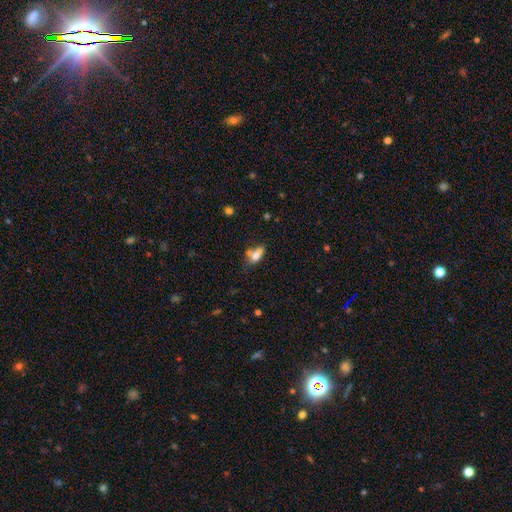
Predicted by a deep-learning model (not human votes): A smooth galaxy with no disk features (67%) that is in between round and cigar-shaped (75%).

Vote fractions:
- Smooth or featured? smooth: 67% / featured or disk: 22% / star or artifact: 11%
- How rounded? in between: 75% / round: 16% / cigar-shaped: 9%
- Merging? merger: 47% / none: 31% / minor disturbance: 14% / major disturbance: 8%